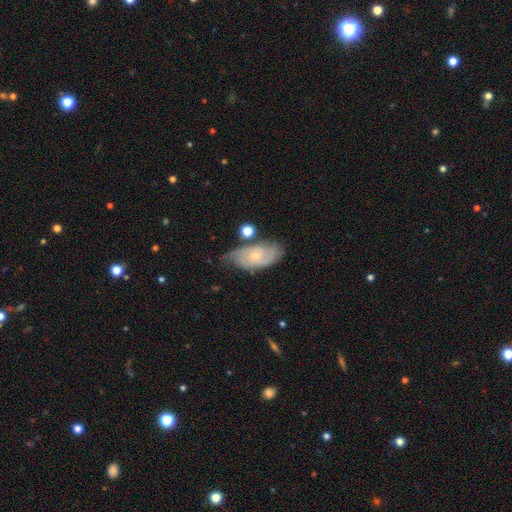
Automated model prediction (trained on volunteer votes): Smooth or featured? Predicted: featured or disk (p=0.67). Edge-on disk? Predicted: no (p=0.94). Bar? Predicted: no (p=0.69). Spiral arms? Predicted: yes (p=0.89). Spiral winding? Predicted: tight (p=0.45). Spiral arm count? Predicted: 2 (p=0.58). Bulge size? Predicted: small (p=0.74). Merging? Predicted: none (p=0.59).